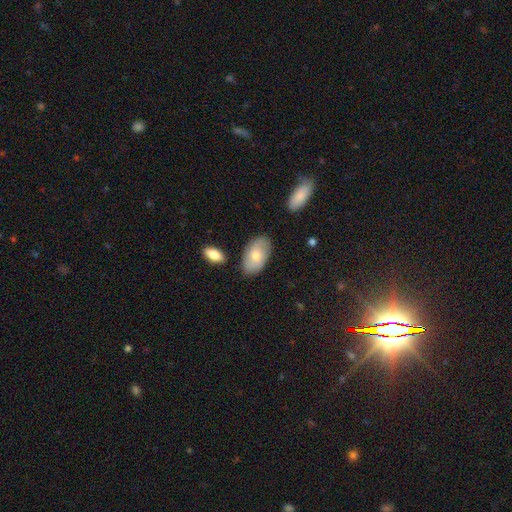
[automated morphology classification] Smooth or featured: smooth — 60% (featured or disk — 33%)
How rounded: in between — 93% (round — 5%)
Merging: none — 77% (minor disturbance — 16%)